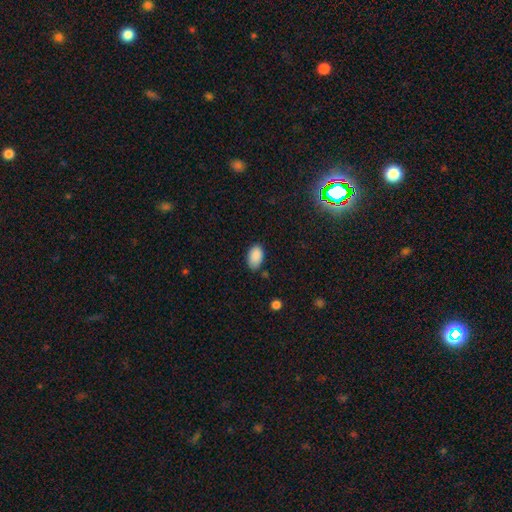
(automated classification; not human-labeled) Smooth or featured: smooth — 89% (star or artifact — 8%)
How rounded: in between — 94% (round — 5%)
Merging: none — 78% (minor disturbance — 17%)